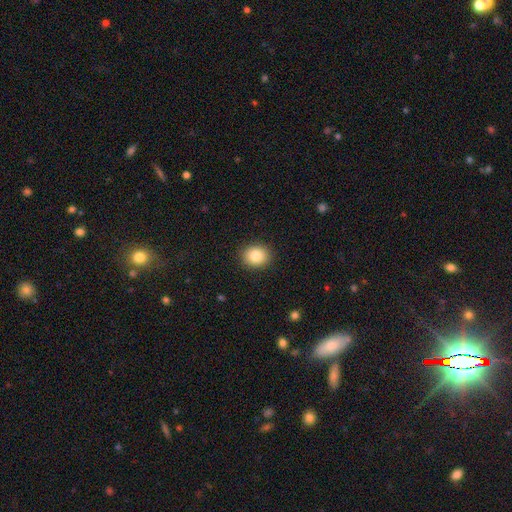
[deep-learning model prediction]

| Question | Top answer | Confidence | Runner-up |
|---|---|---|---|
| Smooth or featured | smooth | 84% | star or artifact (9%) |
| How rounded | round | 66% | in between (33%) |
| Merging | none | 90% | minor disturbance (7%) |